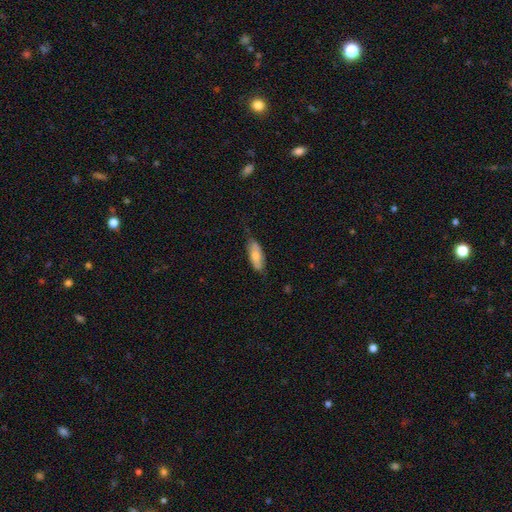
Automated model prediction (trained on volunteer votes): Smooth or featured?
  - smooth: 71% *
  - featured or disk: 24%
  - star or artifact: 6%
How rounded?
  - in between: 73% *
  - cigar-shaped: 25%
  - round: 2%
Merging?
  - none: 64% *
  - minor disturbance: 28%
  - major disturbance: 6%
  - merger: 1%